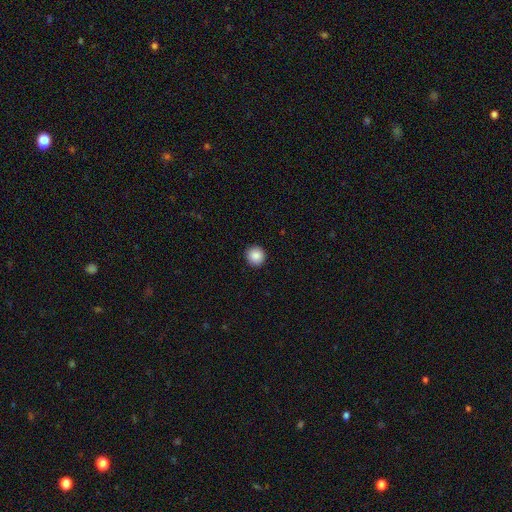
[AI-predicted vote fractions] Morphology: type=smooth (88%); roundness=round (94%); merging=none (93%).